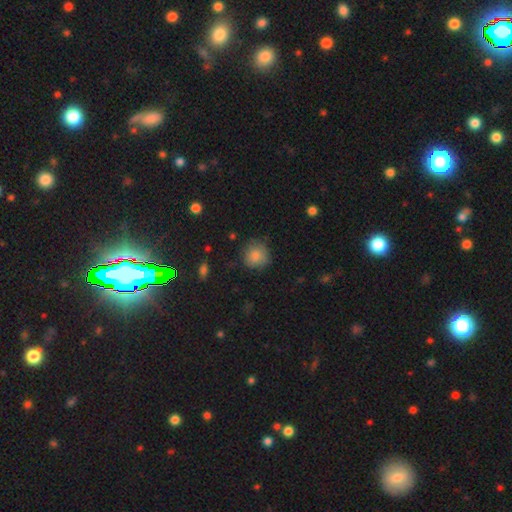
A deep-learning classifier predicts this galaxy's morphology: smooth-or-featured: smooth: 84% | star or artifact: 9% | featured or disk: 6%
  how-rounded: round: 88% | in between: 11% | cigar-shaped: 1%
  merging: none: 76% | minor disturbance: 18% | major disturbance: 4% | merger: 2%